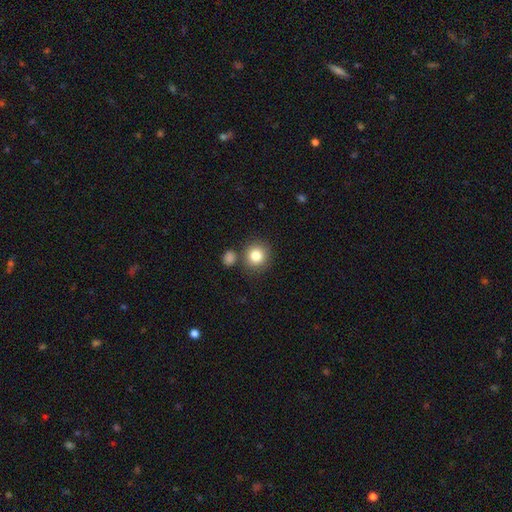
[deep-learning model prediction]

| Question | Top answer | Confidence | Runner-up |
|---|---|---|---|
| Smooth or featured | smooth | 83% | star or artifact (10%) |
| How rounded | round | 88% | in between (11%) |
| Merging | none | 76% | merger (11%) |